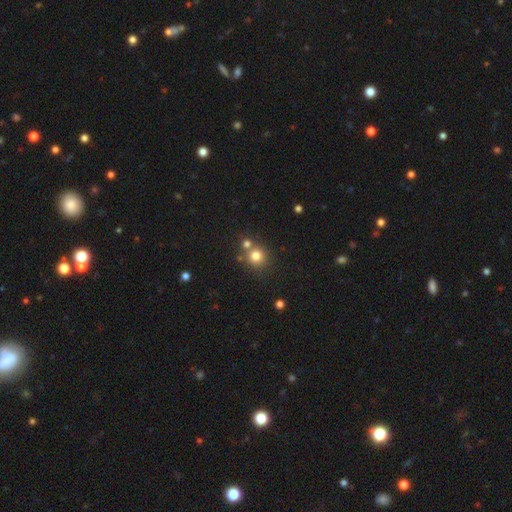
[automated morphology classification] Q: Smooth or featured?
A: smooth (78%); runner-up: star or artifact (14%)
Q: How rounded?
A: round (90%); runner-up: in between (9%)
Q: Merging?
A: none (65%); runner-up: merger (24%)